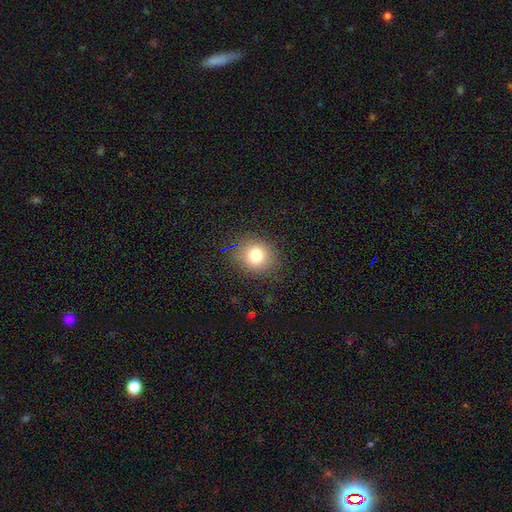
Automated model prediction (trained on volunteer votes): A smooth galaxy with no disk features (80%) that is round (76%). Merging: none (85%).